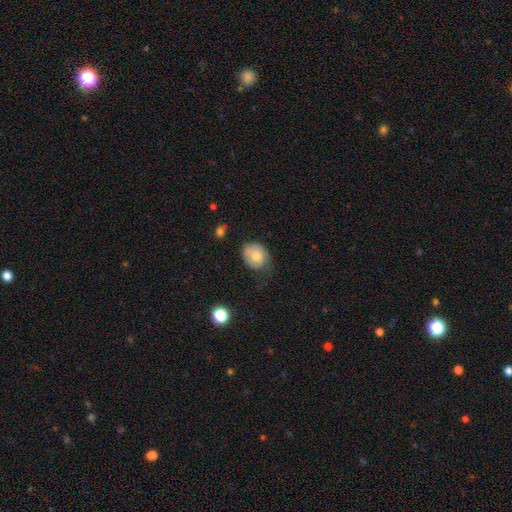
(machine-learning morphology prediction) Overall: smooth (61%; featured or disk 31%). How rounded: round (54%; in between 45%). Merging: none (44%; minor disturbance 35%).